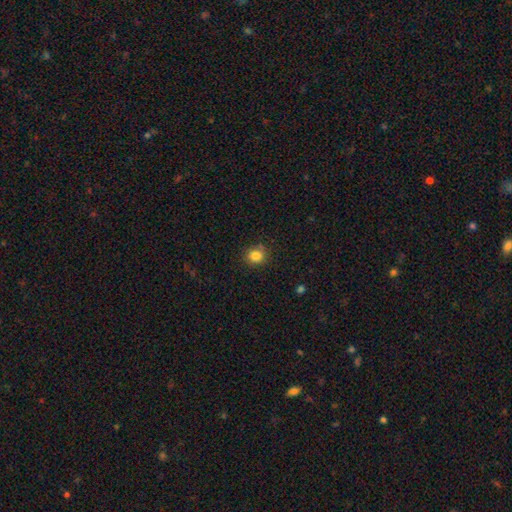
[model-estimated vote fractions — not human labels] smooth 84%, star or artifact 11%, featured or disk 5%. Down the decision tree: how rounded — round (78%); merging — none (83%).